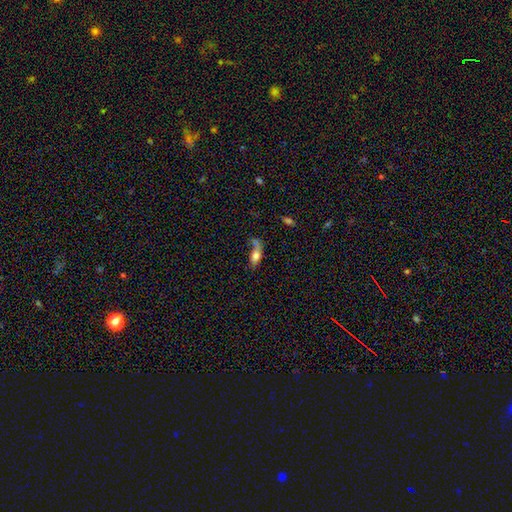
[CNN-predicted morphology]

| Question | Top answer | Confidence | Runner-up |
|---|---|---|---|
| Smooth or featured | smooth | 65% | featured or disk (27%) |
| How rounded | in between | 70% | cigar-shaped (23%) |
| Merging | none | 33% | major disturbance (30%) |